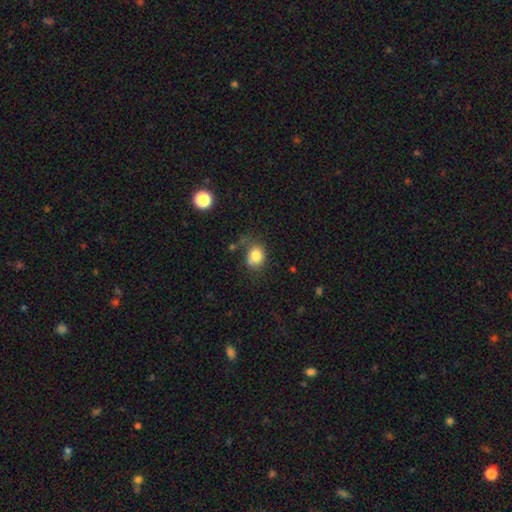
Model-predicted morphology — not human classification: smooth_or_featured: smooth (p=0.80) [alt: star or artifact p=0.11]
how_rounded: round (p=0.59) [alt: in between p=0.40]
merging: none (p=0.55) [alt: minor disturbance p=0.26]